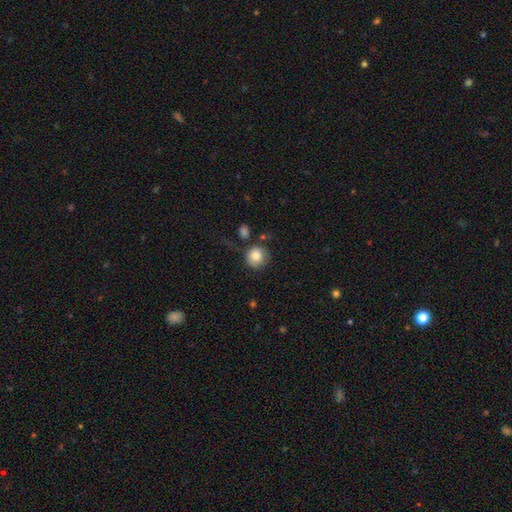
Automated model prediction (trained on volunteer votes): Q: Smooth or featured?
A: smooth (82%); runner-up: featured or disk (9%)
Q: How rounded?
A: round (90%); runner-up: in between (9%)
Q: Merging?
A: none (69%); runner-up: minor disturbance (16%)